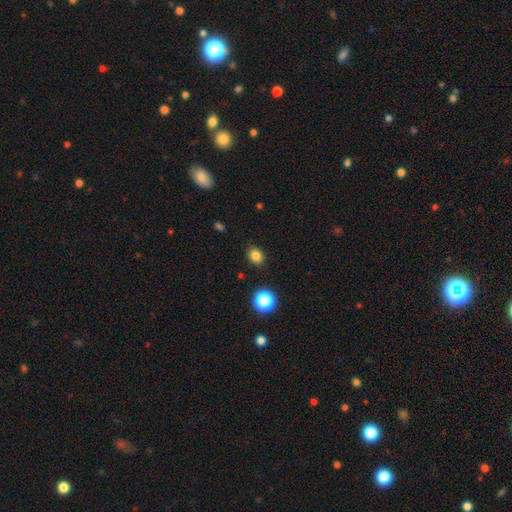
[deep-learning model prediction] Smooth or featured?
  - smooth: 82% *
  - star or artifact: 13%
  - featured or disk: 5%
How rounded?
  - in between: 54% *
  - round: 45%
  - cigar-shaped: 1%
Merging?
  - none: 87% *
  - minor disturbance: 9%
  - major disturbance: 3%
  - merger: 2%